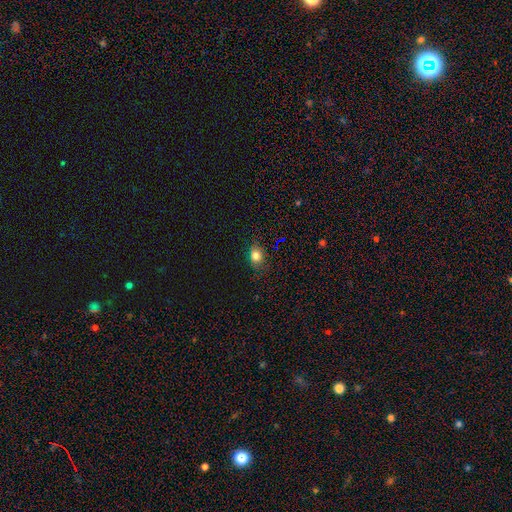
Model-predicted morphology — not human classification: Q: Smooth or featured?
A: smooth (79%); runner-up: star or artifact (14%)
Q: How rounded?
A: in between (50%); runner-up: round (49%)
Q: Merging?
A: none (80%); runner-up: minor disturbance (15%)